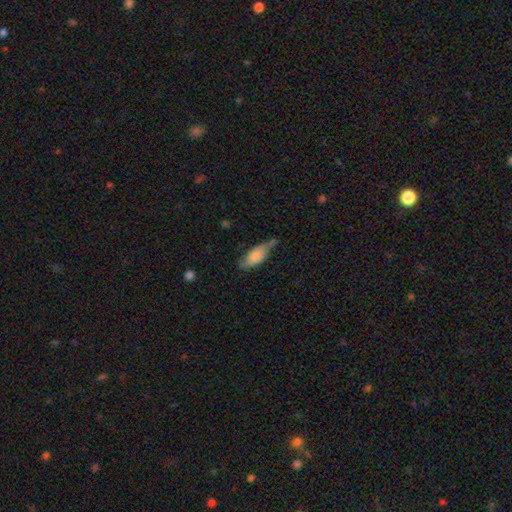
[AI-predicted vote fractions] This is likely a smooth galaxy (70%). How rounded: clearly in between (81%). Merging: possibly none (46%).